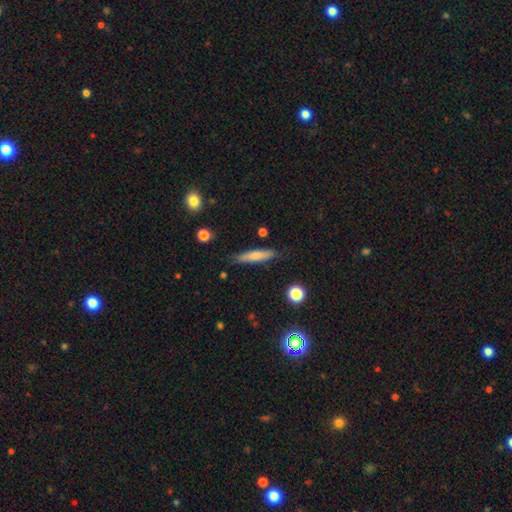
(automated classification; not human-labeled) A smooth galaxy with no disk features (71%) that is cigar-shaped (86%).

Vote fractions:
- Smooth or featured? smooth: 71% / featured or disk: 23% / star or artifact: 6%
- How rounded? cigar-shaped: 86% / in between: 12% / round: 2%
- Merging? none: 84% / minor disturbance: 12% / major disturbance: 2% / merger: 2%